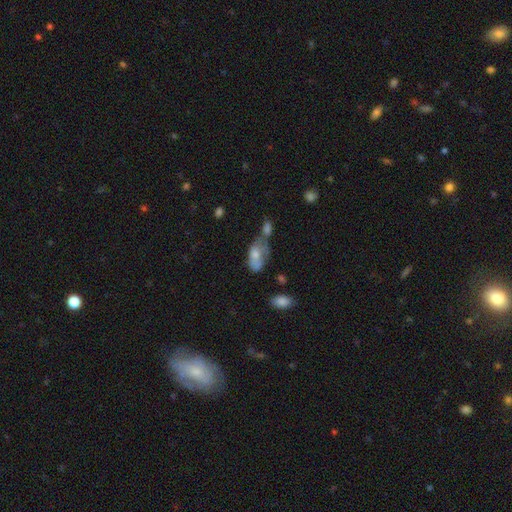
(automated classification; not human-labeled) Smooth or featured? Predicted: smooth (p=0.65). How rounded? Predicted: in between (p=0.92). Merging? Predicted: merger (p=0.36).